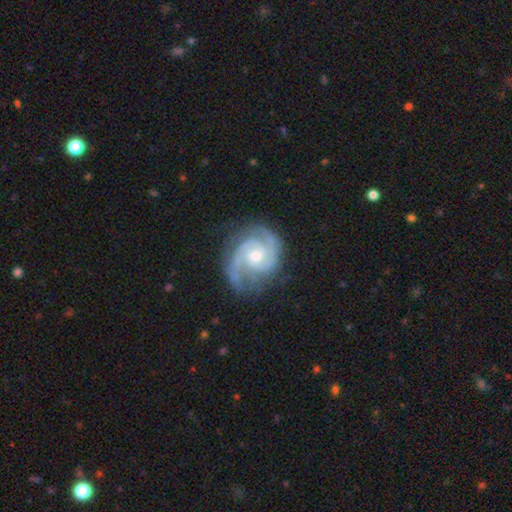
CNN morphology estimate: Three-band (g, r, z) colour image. It shows a featured or disk galaxy (91%) with no bar (66%), 2 (65%) tight (54%) spiral arms (98%) and a moderate central bulge (53%). Merging: none (75%).